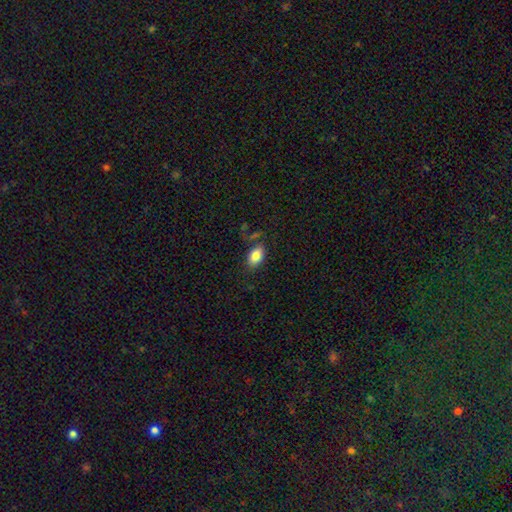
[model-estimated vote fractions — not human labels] This is clearly a smooth galaxy (83%). How rounded: clearly in between (89%). Merging: likely none (75%).